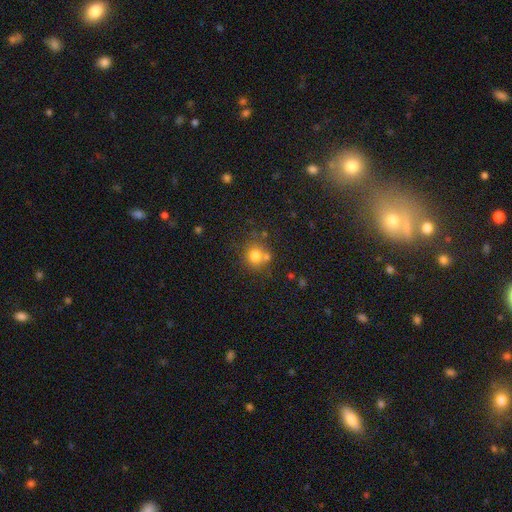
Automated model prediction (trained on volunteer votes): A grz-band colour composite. It shows a smooth galaxy with no disk features (76%) that is round (87%). Merging: none (61%).